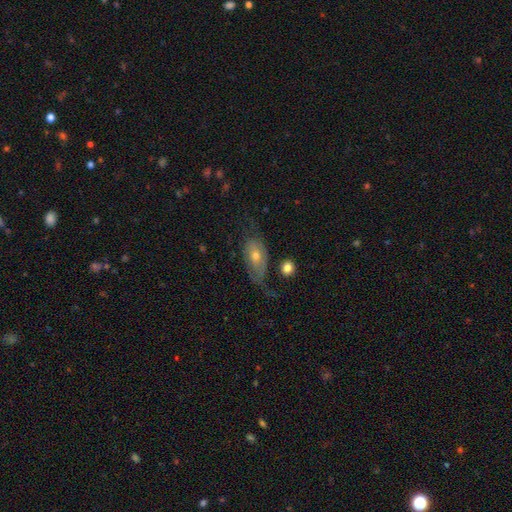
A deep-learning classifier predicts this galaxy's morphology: A smooth galaxy with no disk features (46%, tied with featured or disk). Merging: none (42%).